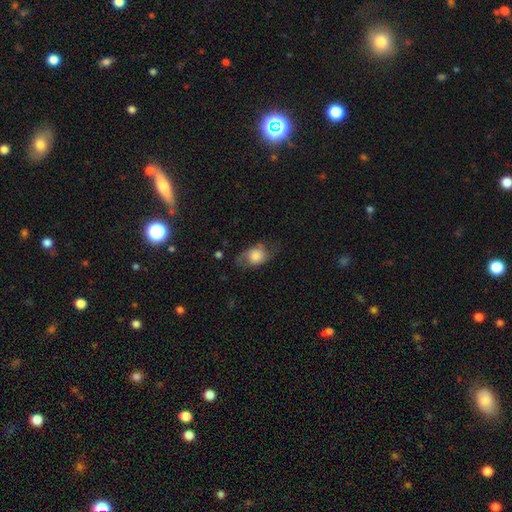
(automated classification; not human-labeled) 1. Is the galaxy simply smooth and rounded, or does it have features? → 60% smooth, 32% featured or disk, 8% star or artifact.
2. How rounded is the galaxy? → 67% in between, 31% round, 2% cigar-shaped.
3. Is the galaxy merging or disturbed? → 55% none, 27% minor disturbance, 16% major disturbance, 2% merger.